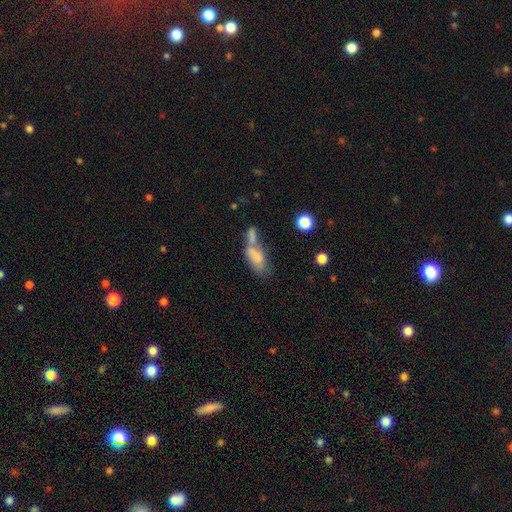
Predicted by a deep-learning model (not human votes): smooth-or-featured: smooth: 70% | featured or disk: 20% | star or artifact: 9%
  how-rounded: in between: 83% | cigar-shaped: 13% | round: 4%
  merging: merger: 58% | none: 19% | minor disturbance: 11% | major disturbance: 11%